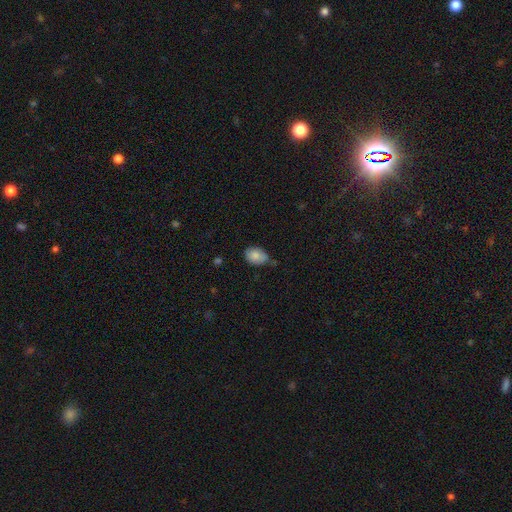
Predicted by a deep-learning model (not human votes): A smooth galaxy with no disk features (84%) that is in between round and cigar-shaped (78%).

Vote fractions:
- Smooth or featured? smooth: 84% / featured or disk: 9% / star or artifact: 8%
- How rounded? in between: 78% / round: 21% / cigar-shaped: 1%
- Merging? none: 55% / minor disturbance: 34% / major disturbance: 6% / merger: 5%